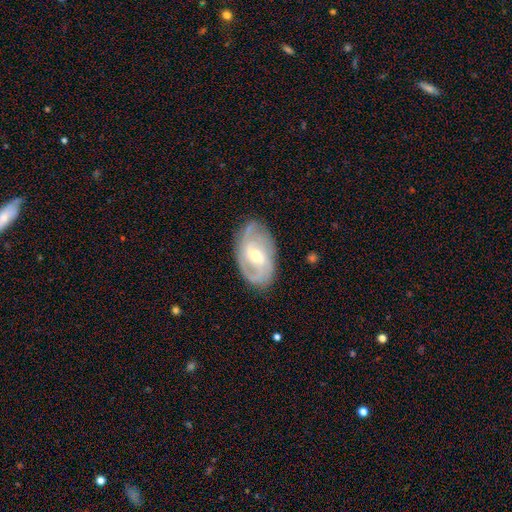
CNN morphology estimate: This appears to be a featured or disk galaxy (84%) with a weak bar (51%), 2 (51%) tight (46%) spiral arms (93%) and a moderate central bulge (55%). Merging: none (78%).